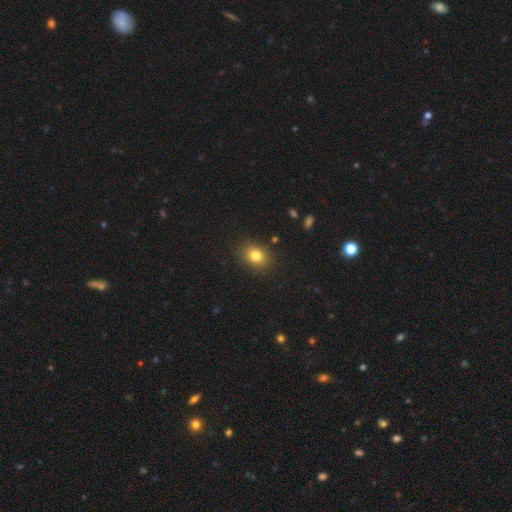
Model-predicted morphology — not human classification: smooth_or_featured: smooth (p=0.81) [alt: star or artifact p=0.11]
how_rounded: in between (p=0.57) [alt: round p=0.41]
merging: none (p=0.87) [alt: minor disturbance p=0.09]